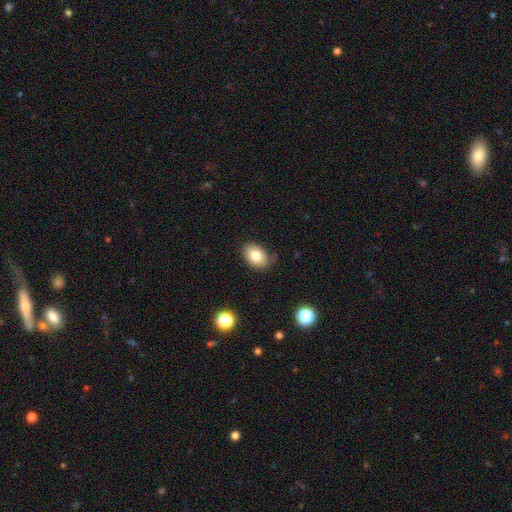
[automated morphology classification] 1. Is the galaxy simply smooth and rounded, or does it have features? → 80% smooth, 11% featured or disk, 9% star or artifact.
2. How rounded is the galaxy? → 79% in between, 20% round, 1% cigar-shaped.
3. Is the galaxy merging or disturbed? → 72% none, 21% minor disturbance, 4% major disturbance, 2% merger.